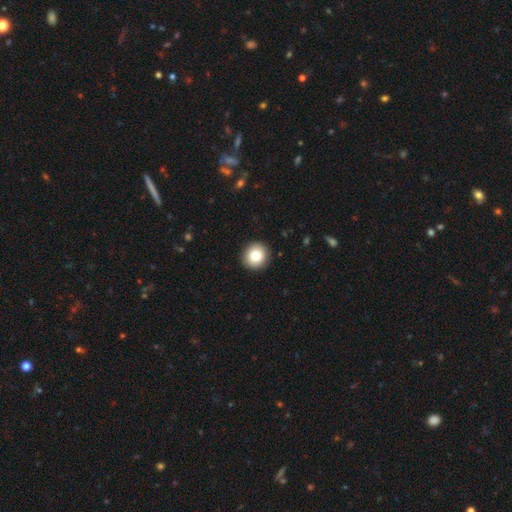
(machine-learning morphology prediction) Smooth or featured? smooth (82%)
How rounded? round (92%)
Merging? none (92%)